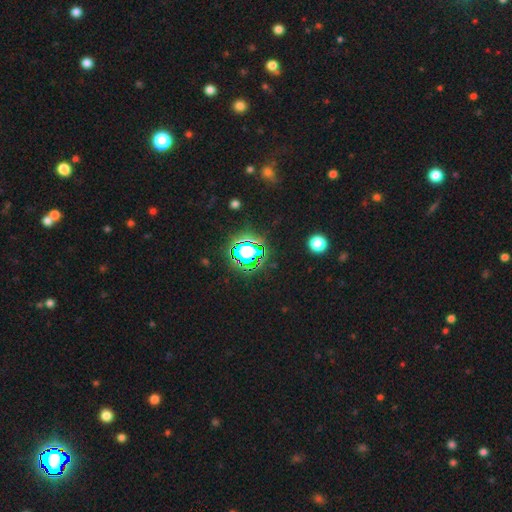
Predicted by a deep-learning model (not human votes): This is likely a star or artifact rather than a galaxy (78%).